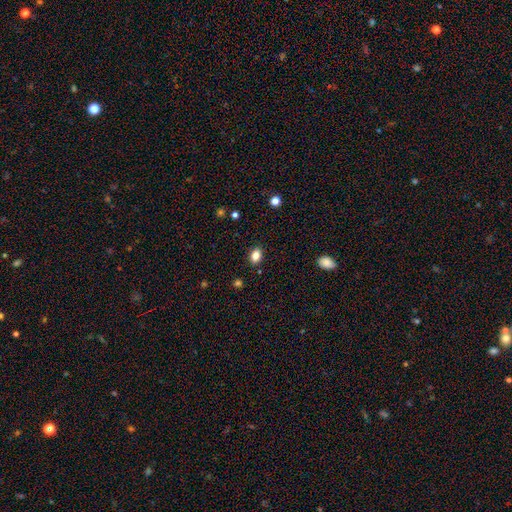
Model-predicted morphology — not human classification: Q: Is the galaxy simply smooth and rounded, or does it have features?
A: smooth — 83%.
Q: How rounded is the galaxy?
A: in between — 76%.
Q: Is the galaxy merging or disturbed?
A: none — 88%.